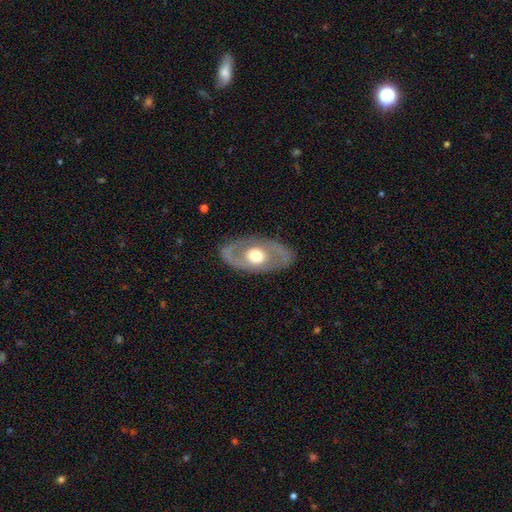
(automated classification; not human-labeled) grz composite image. It shows a featured or disk galaxy (72%) with no bar (81%), no spiral arms (52%) and a moderate central bulge (61%). Merging: none (85%).